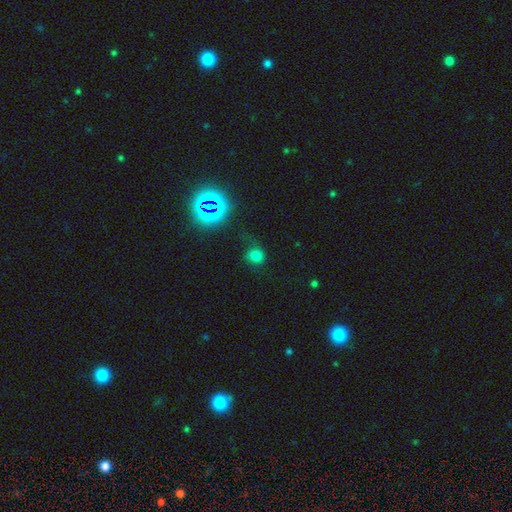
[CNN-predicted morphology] Q: Smooth or featured?
A: smooth (69%); runner-up: star or artifact (24%)
Q: How rounded?
A: round (79%); runner-up: in between (20%)
Q: Merging?
A: none (64%); runner-up: minor disturbance (20%)